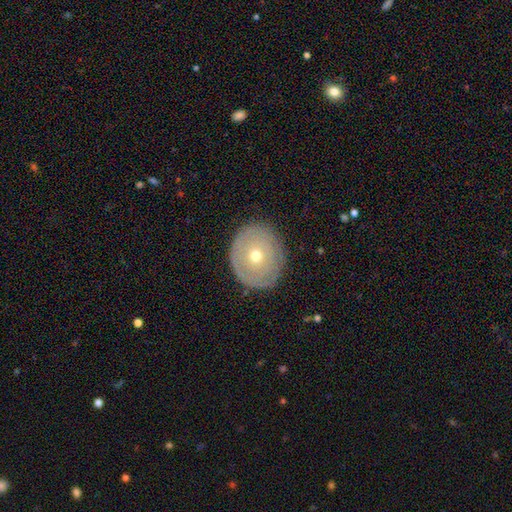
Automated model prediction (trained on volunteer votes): A featured or disk galaxy (50%).

Vote fractions:
- Smooth or featured? featured or disk: 50% / smooth: 42% / star or artifact: 8%
- Merging? none: 83% / minor disturbance: 12% / major disturbance: 4% / merger: 1%